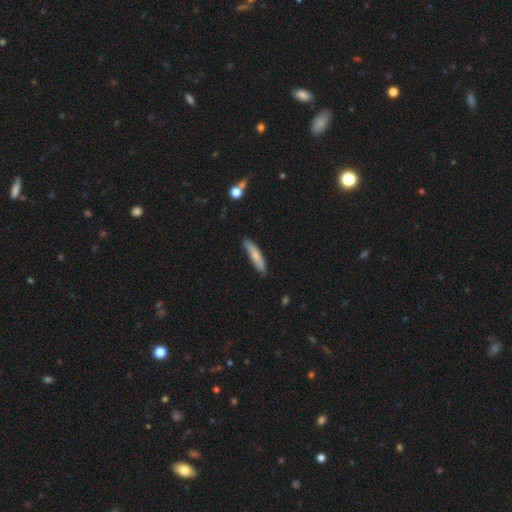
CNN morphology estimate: The model was most divided on "smooth or featured": smooth: 75%, featured or disk: 19%, star or artifact: 6%. More confident: how rounded — cigar-shaped (86%); merging — none (82%).